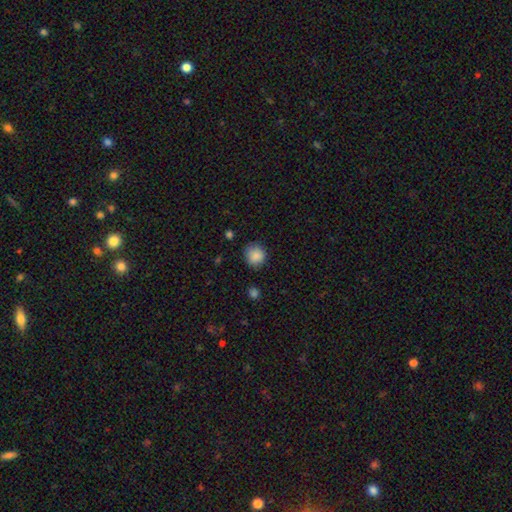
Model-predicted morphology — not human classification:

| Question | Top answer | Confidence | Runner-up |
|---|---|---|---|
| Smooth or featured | smooth | 87% | star or artifact (9%) |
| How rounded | round | 87% | in between (12%) |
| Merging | none | 79% | minor disturbance (16%) |